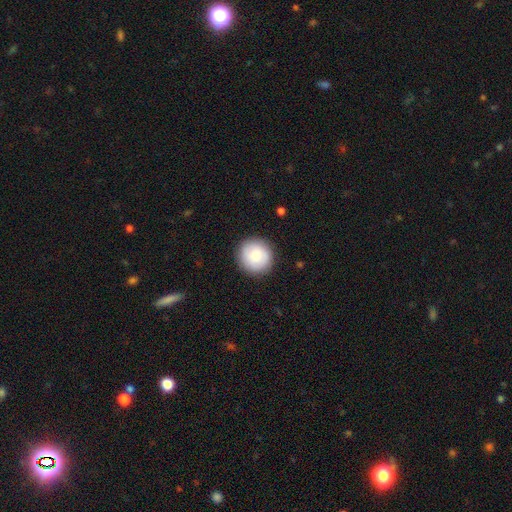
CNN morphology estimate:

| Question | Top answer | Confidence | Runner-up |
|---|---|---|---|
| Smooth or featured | smooth | 81% | featured or disk (12%) |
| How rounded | round | 95% | in between (4%) |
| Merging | none | 90% | minor disturbance (7%) |